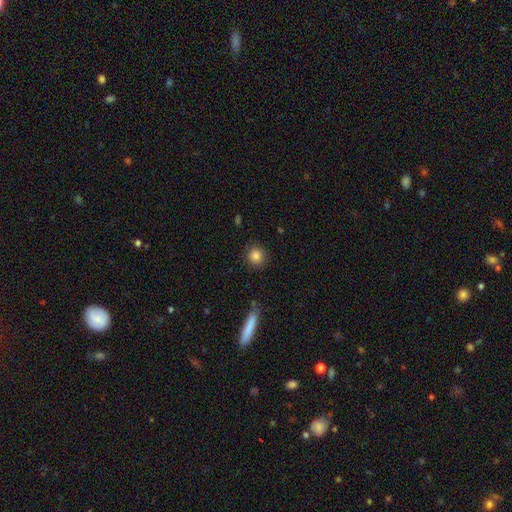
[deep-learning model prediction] smooth_or_featured: smooth (p=0.86) [alt: star or artifact p=0.09]
how_rounded: round (p=0.90) [alt: in between p=0.09]
merging: none (p=0.86) [alt: minor disturbance p=0.09]